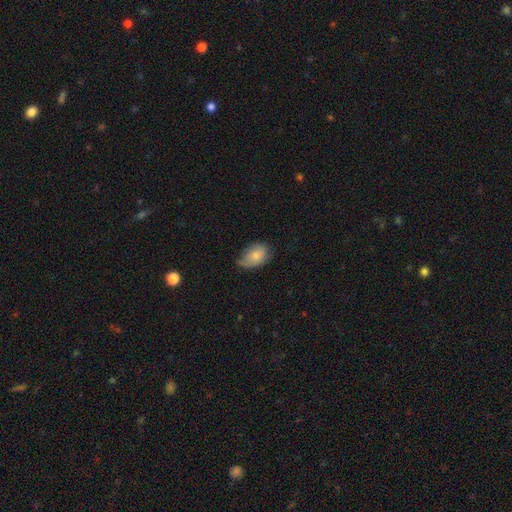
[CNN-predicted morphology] A smooth galaxy with no disk features (71%) that is in between round and cigar-shaped (85%). Merging: none (47%).